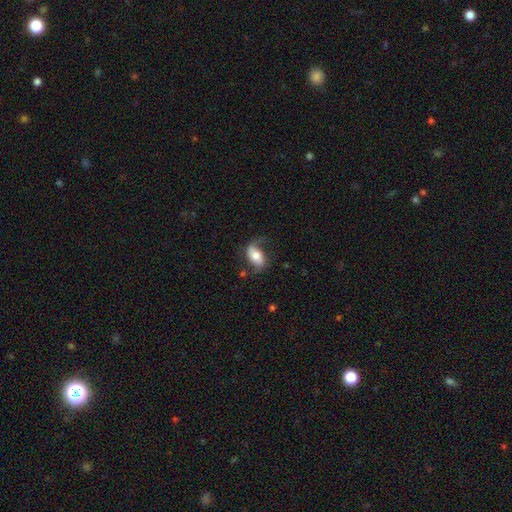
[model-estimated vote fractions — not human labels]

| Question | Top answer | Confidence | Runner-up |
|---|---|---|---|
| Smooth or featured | smooth | 52% | featured or disk (41%) |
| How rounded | in between | 90% | round (6%) |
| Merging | none | 54% | minor disturbance (25%) |